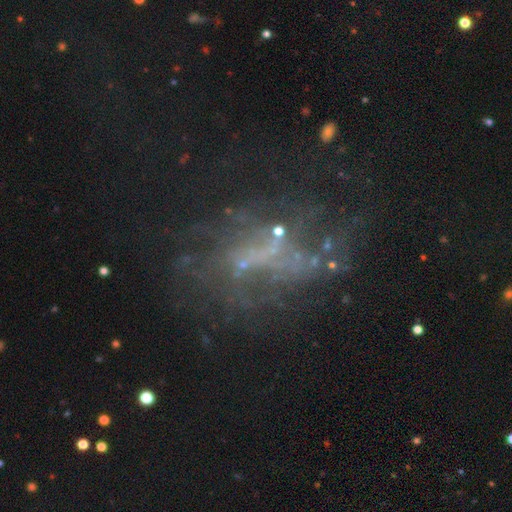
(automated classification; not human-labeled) featured or disk 56%, star or artifact 28%, smooth 16%. Down the decision tree: edge-on disk — no (95%); bar — no (72%); spiral arms — no (76%); bulge size — none (70%); merging — none (48%).